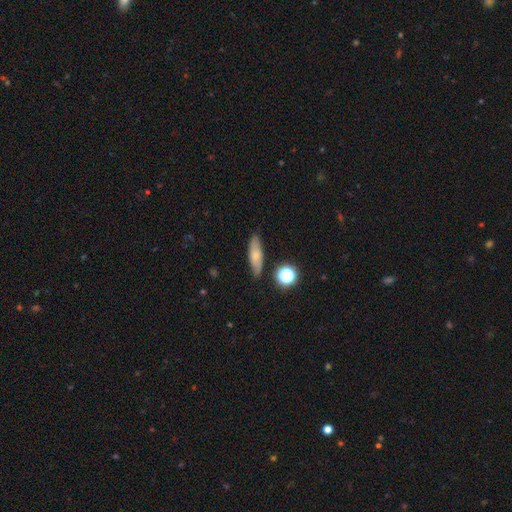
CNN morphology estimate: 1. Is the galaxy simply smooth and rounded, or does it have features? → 65% smooth, 25% featured or disk, 10% star or artifact.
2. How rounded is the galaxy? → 49% in between, 45% cigar-shaped, 5% round.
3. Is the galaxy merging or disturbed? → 81% none, 13% minor disturbance, 3% major disturbance, 3% merger.